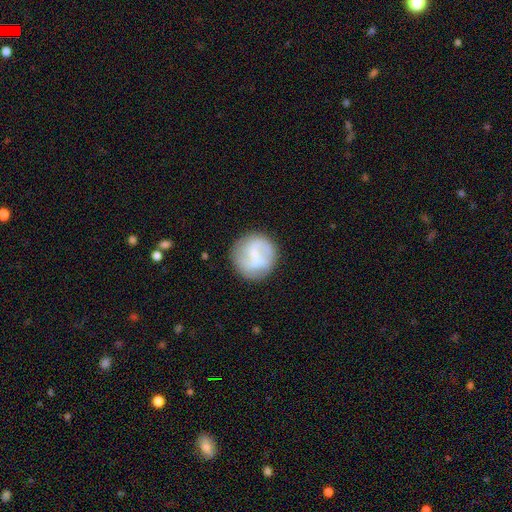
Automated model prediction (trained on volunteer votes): This is possibly a featured or disk galaxy (53%). It is clearly not viewed edge-on (98%). Bar: possibly weak (48%). Spiral arm pattern: likely yes (73%). Central bulge: possibly small (59%). Merging: likely none (78%).